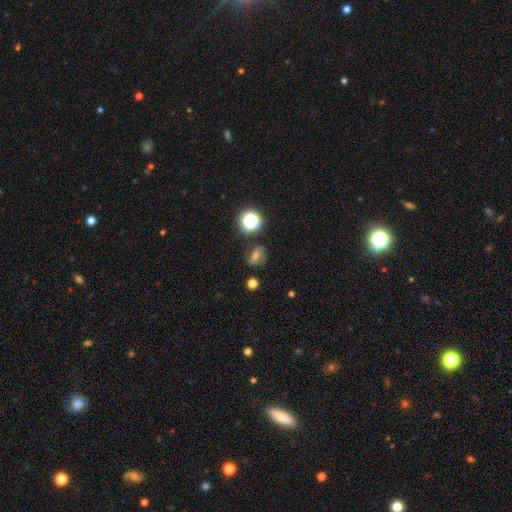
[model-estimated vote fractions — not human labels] A star or artifact, not a galaxy (36%).

Vote fractions:
- Smooth or featured? star or artifact: 36% / featured or disk: 34% / smooth: 29%